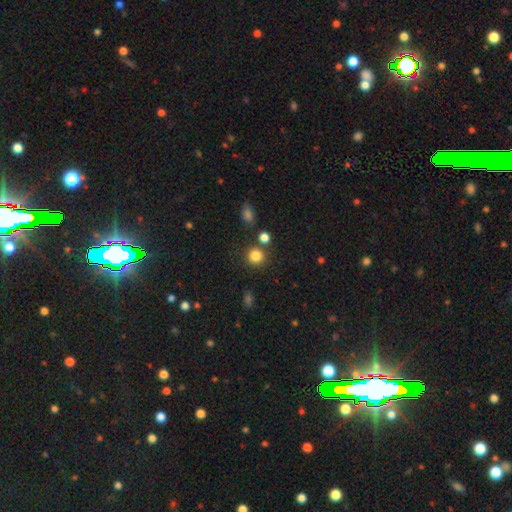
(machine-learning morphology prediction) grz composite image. It shows a smooth galaxy with no disk features (83%) that is round (91%). Merging: none (78%).